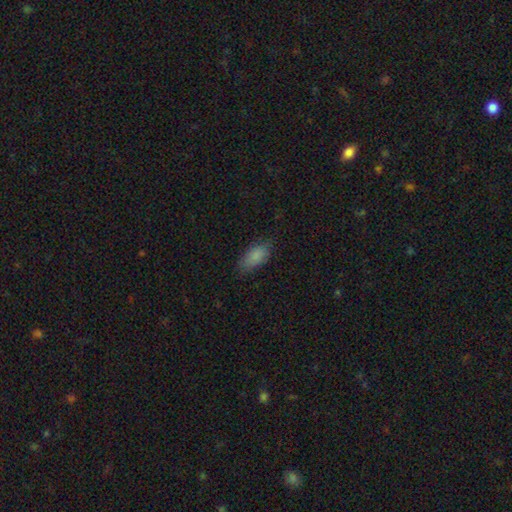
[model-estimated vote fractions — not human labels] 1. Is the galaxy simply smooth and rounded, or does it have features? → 85% smooth, 8% star or artifact, 7% featured or disk.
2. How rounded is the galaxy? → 90% in between, 8% cigar-shaped, 3% round.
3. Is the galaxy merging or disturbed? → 77% none, 18% minor disturbance, 4% major disturbance, 1% merger.